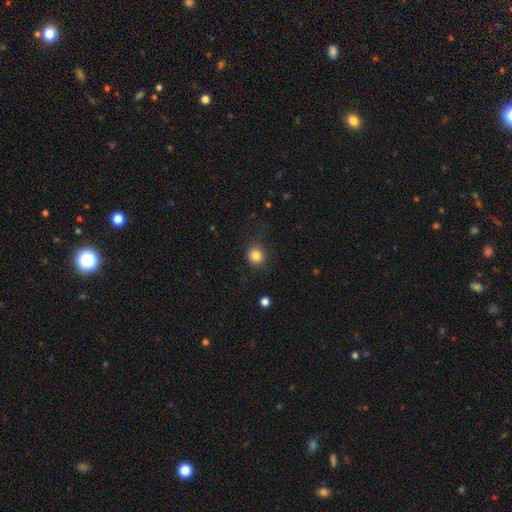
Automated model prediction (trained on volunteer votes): This is clearly a smooth galaxy (84%). How rounded: clearly round (88%). Merging: clearly none (84%).